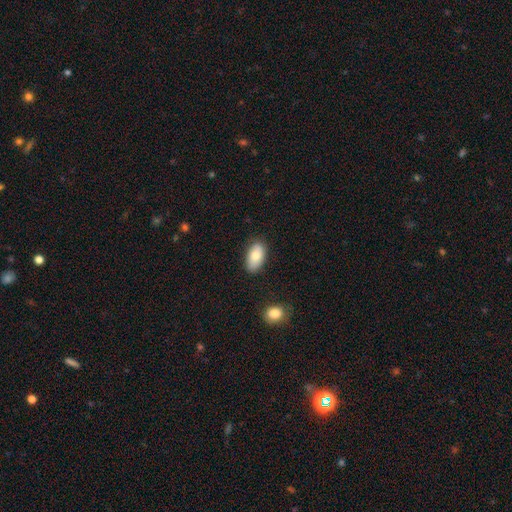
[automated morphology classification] Smooth or featured?
  - smooth: 82% *
  - featured or disk: 11%
  - star or artifact: 7%
How rounded?
  - in between: 94% *
  - round: 4%
  - cigar-shaped: 3%
Merging?
  - none: 81% *
  - minor disturbance: 14%
  - major disturbance: 3%
  - merger: 2%